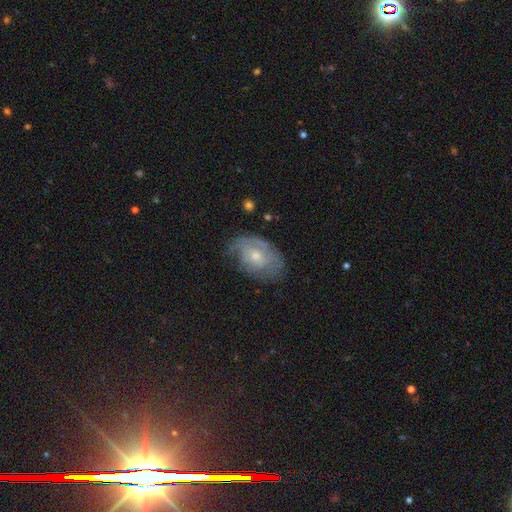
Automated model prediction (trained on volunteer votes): This appears to be a featured or disk galaxy (58%) with no bar (80%), spiral arms (71%) and a moderate central bulge (50%). Merging: none (59%).